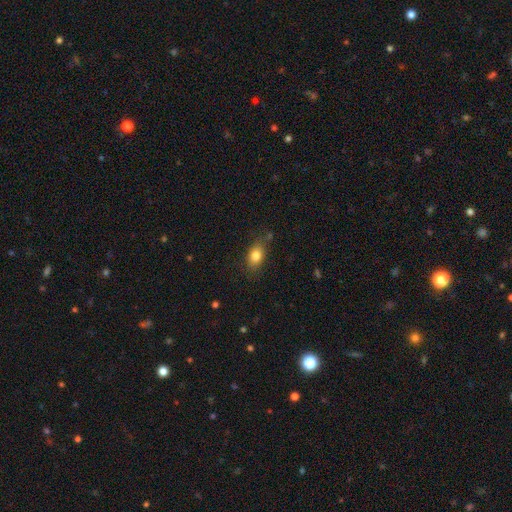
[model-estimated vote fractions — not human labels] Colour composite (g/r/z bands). It shows a smooth galaxy with no disk features (81%) that is in between round and cigar-shaped (81%). Merging: none (77%).